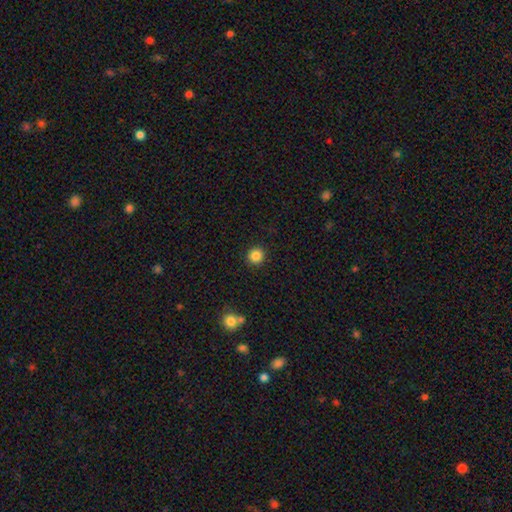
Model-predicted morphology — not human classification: The model was most divided on "smooth or featured": smooth: 85%, star or artifact: 11%, featured or disk: 4%. More confident: how rounded — round (94%); merging — none (92%).